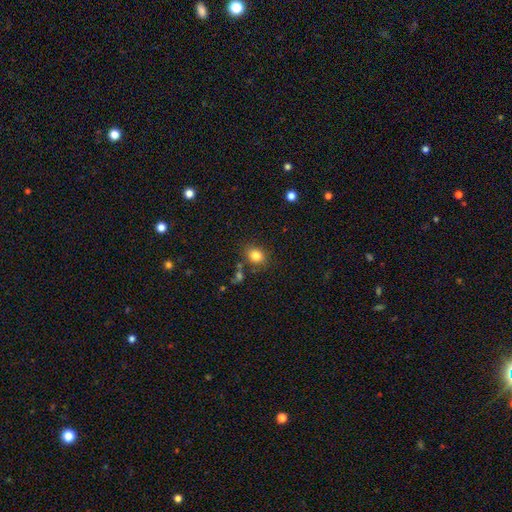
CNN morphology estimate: smooth_or_featured: smooth (p=0.82) [alt: star or artifact p=0.11]
how_rounded: in between (p=0.52) [alt: round p=0.46]
merging: none (p=0.76) [alt: minor disturbance p=0.13]